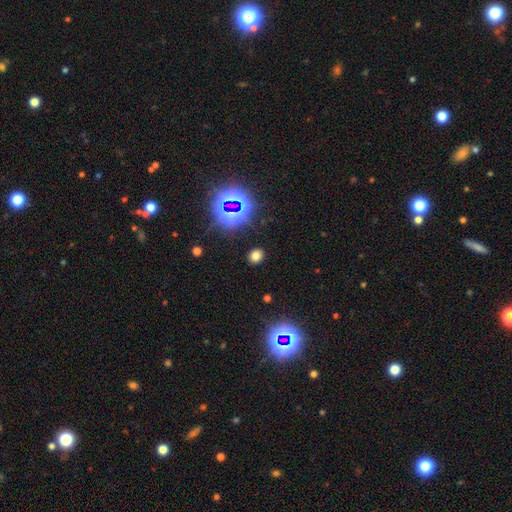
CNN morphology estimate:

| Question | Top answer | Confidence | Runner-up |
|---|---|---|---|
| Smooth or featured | smooth | 69% | star or artifact (25%) |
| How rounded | round | 64% | in between (34%) |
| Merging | none | 89% | minor disturbance (7%) |